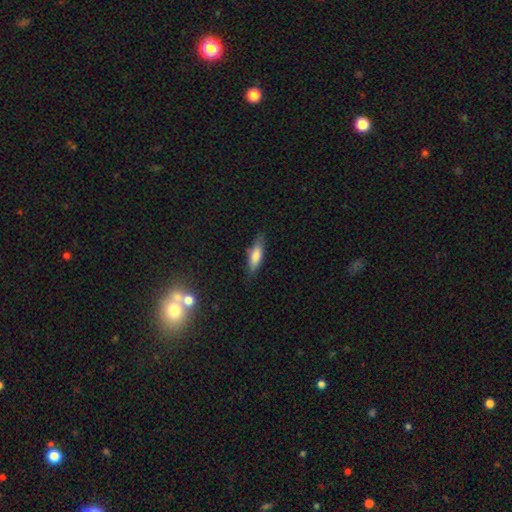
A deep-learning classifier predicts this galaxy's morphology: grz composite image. It shows a smooth galaxy with no disk features (75%) that is cigar-shaped (52%). Merging: none (78%).